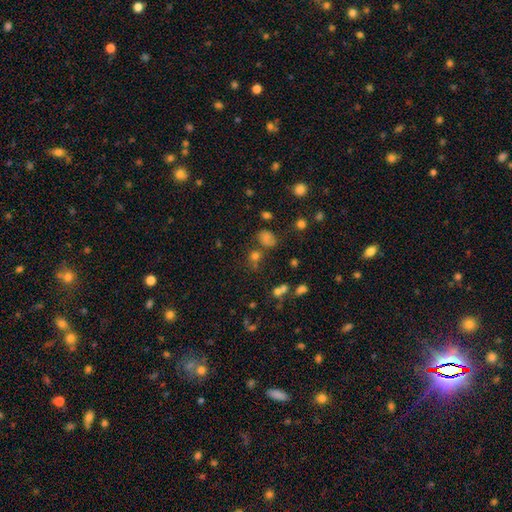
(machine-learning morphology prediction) Smooth or featured? star or artifact (47%)